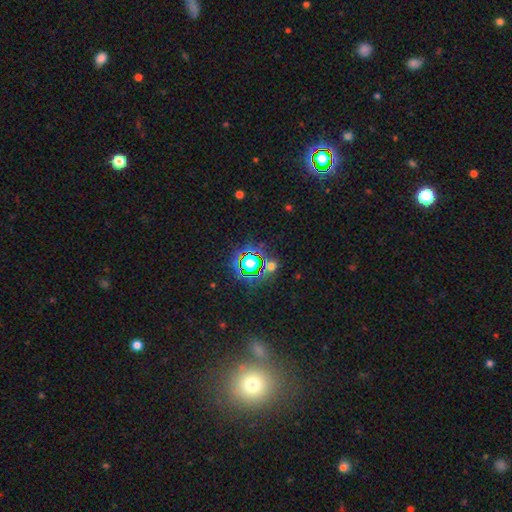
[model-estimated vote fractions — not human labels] This appears to be a star or artifact, not a galaxy (77%).